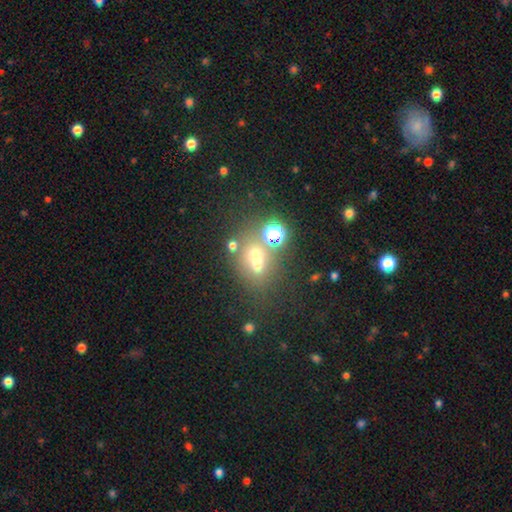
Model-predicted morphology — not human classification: Q: Smooth or featured?
A: smooth (54%); runner-up: star or artifact (28%)
Q: How rounded?
A: round (71%); runner-up: in between (28%)
Q: Merging?
A: merger (43%); tied with: none (43%)